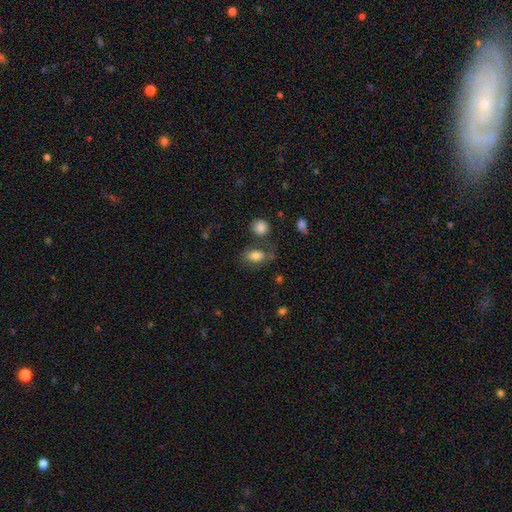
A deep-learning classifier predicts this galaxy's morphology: A smooth galaxy with no disk features (76%) that is in between round and cigar-shaped (84%). Merging: none (51%).